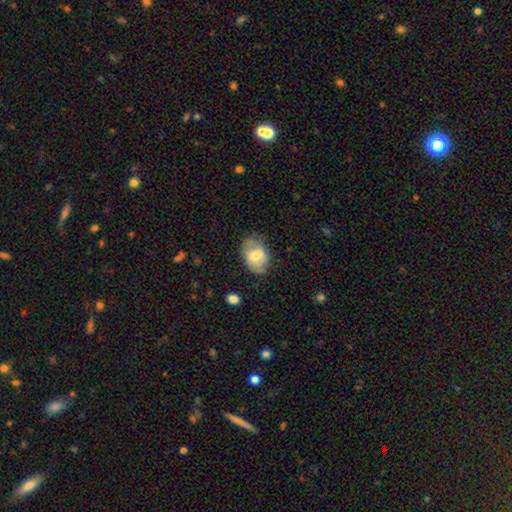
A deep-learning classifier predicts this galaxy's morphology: type=smooth (61%); roundness=in between (81%); merging=none (68%).